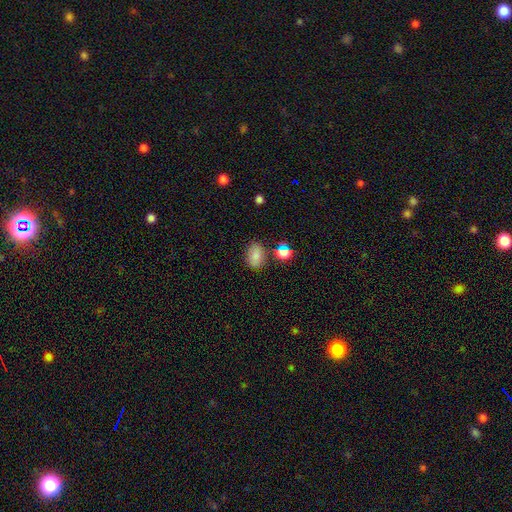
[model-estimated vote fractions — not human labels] Overall: smooth (82%). How rounded: in between (81%). Merging: none (77%).